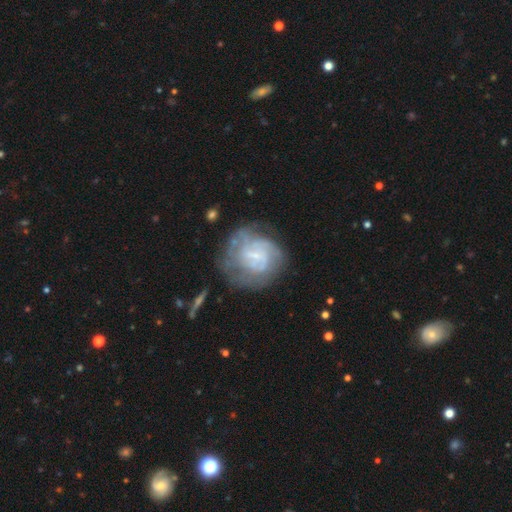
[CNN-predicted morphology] Q: Smooth or featured?
A: featured or disk (72%); runner-up: smooth (20%)
Q: Edge-on disk?
A: no (98%); runner-up: yes (2%)
Q: Bar?
A: no (47%); runner-up: weak (44%)
Q: Spiral arms?
A: yes (80%); runner-up: no (20%)
Q: Spiral winding?
A: tight (54%); runner-up: medium (33%)
Q: Spiral arm count?
A: can't tell (48%); runner-up: 3 (16%)
Q: Bulge size?
A: small (66%); runner-up: none (18%)
Q: Merging?
A: none (59%); runner-up: minor disturbance (21%)